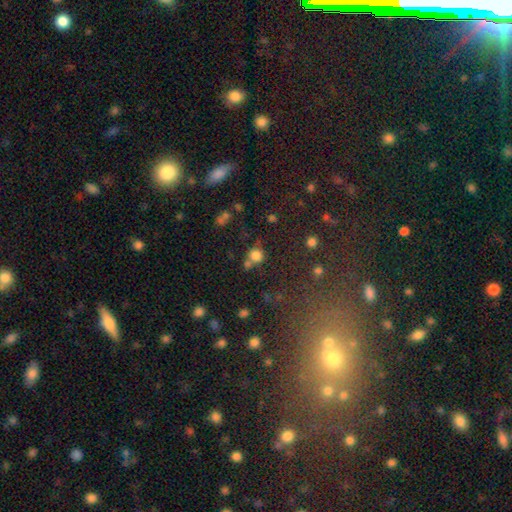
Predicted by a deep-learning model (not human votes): Smooth or featured?
  - smooth: 78% *
  - star or artifact: 15%
  - featured or disk: 7%
How rounded?
  - round: 87% *
  - in between: 12%
  - cigar-shaped: 1%
Merging?
  - none: 56% *
  - merger: 27%
  - minor disturbance: 13%
  - major disturbance: 5%